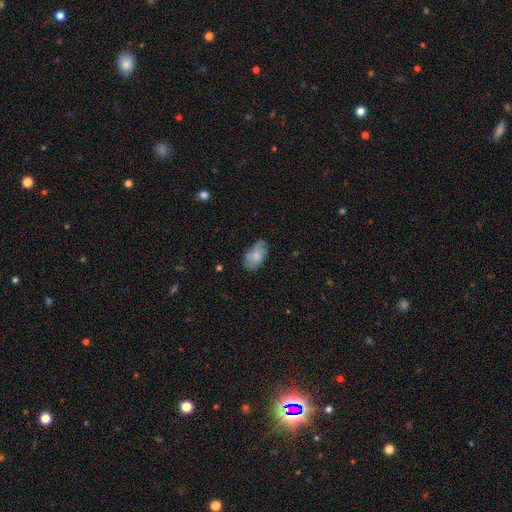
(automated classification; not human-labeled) Overall: smooth (68%). How rounded: in between (93%). Merging: none (62%; minor disturbance 29%).